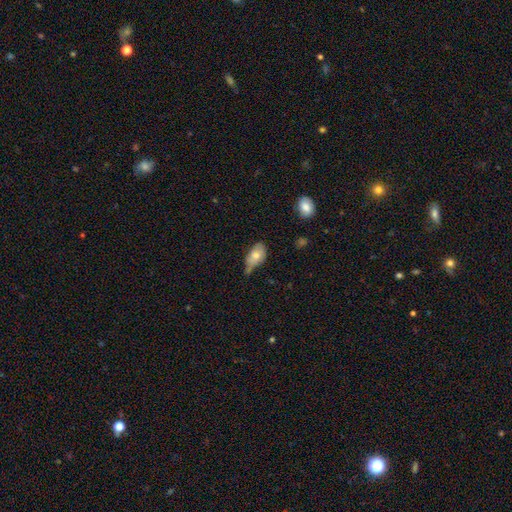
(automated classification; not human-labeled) A smooth galaxy with no disk features (72%) that is in between round and cigar-shaped (89%). Merging: minor disturbance (41%).